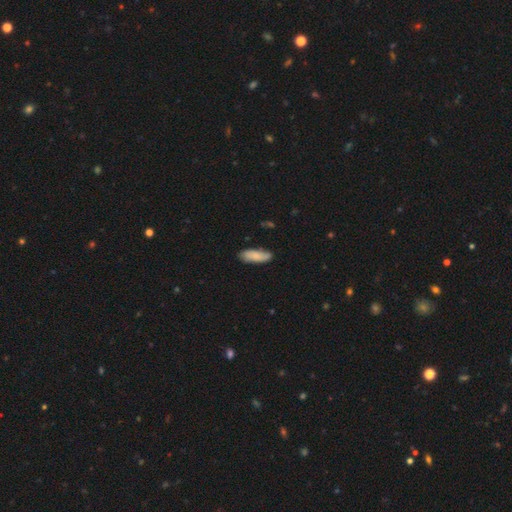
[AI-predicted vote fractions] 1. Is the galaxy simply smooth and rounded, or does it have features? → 80% smooth, 14% featured or disk, 6% star or artifact.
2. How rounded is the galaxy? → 63% in between, 36% cigar-shaped, 2% round.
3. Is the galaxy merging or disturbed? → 80% none, 16% minor disturbance, 3% major disturbance, 2% merger.